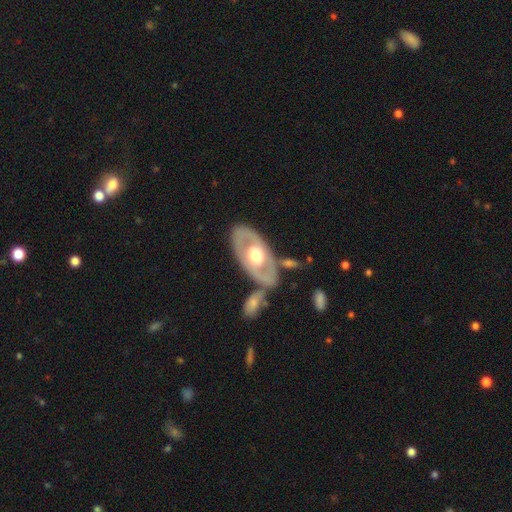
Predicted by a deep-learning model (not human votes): Smooth or featured?
  - featured or disk: 64% *
  - smooth: 31%
  - star or artifact: 4%
Edge-on disk?
  - no: 85% *
  - yes: 15%
Bar?
  - no: 83% *
  - weak: 12%
  - strong: 5%
Spiral arms?
  - no: 73% *
  - yes: 27%
Bulge size?
  - moderate: 63% *
  - large: 30%
  - small: 4%
  - dominant: 2%
  - none: 1%
Merging?
  - none: 68% *
  - merger: 14%
  - minor disturbance: 13%
  - major disturbance: 5%